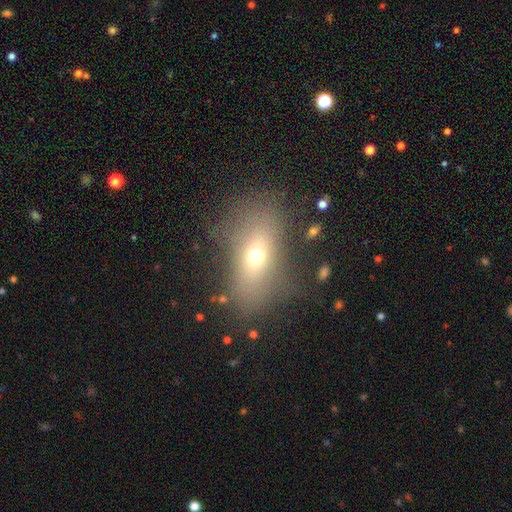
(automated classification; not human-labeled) Smooth or featured? smooth (59%)
How rounded? in between (75%)
Merging? none (68%)